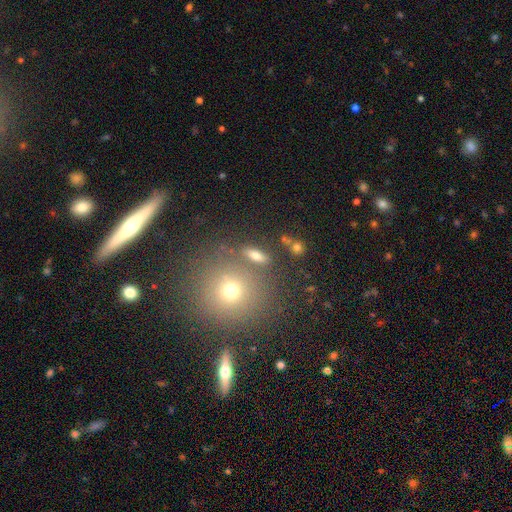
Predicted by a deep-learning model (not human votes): Morphology: type=smooth (67%); roundness=in between (60%); merging=none (78%).